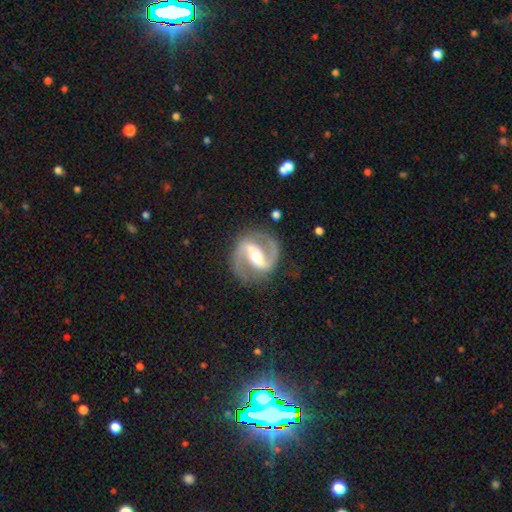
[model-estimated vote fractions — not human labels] Smooth or featured: featured or disk — 91% (smooth — 5%)
Edge-on disk: no — 97% (yes — 3%)
Bar: strong — 60% (weak — 29%)
Spiral arms: yes — 97% (no — 3%)
Spiral winding: medium — 59% (tight — 22%)
Spiral arm count: 2 — 94% (can't tell — 2%)
Bulge size: moderate — 62% (small — 30%)
Merging: none — 85% (minor disturbance — 10%)